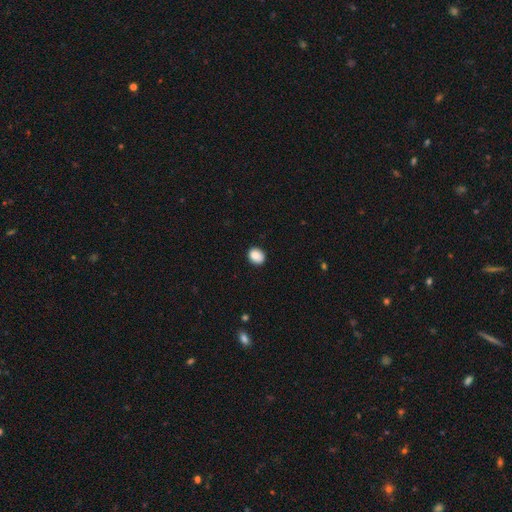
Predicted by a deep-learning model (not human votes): smooth_or_featured: smooth (p=0.87) [alt: star or artifact p=0.09]
how_rounded: round (p=0.61) [alt: in between p=0.38]
merging: none (p=0.84) [alt: minor disturbance p=0.13]